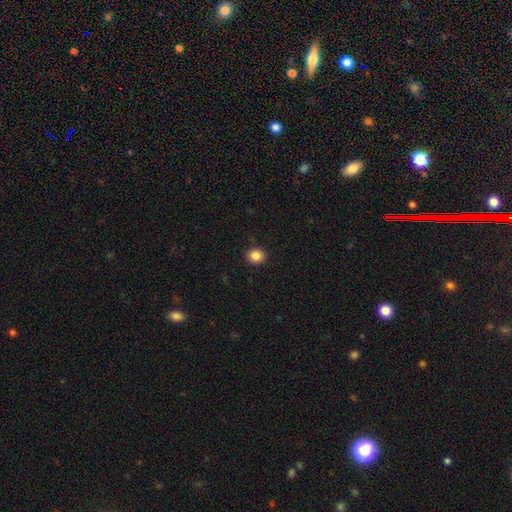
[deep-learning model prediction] smooth-or-featured: smooth: 86% | star or artifact: 10% | featured or disk: 4%
  how-rounded: round: 74% | in between: 25% | cigar-shaped: 1%
  merging: none: 92% | minor disturbance: 6% | major disturbance: 2% | merger: 1%